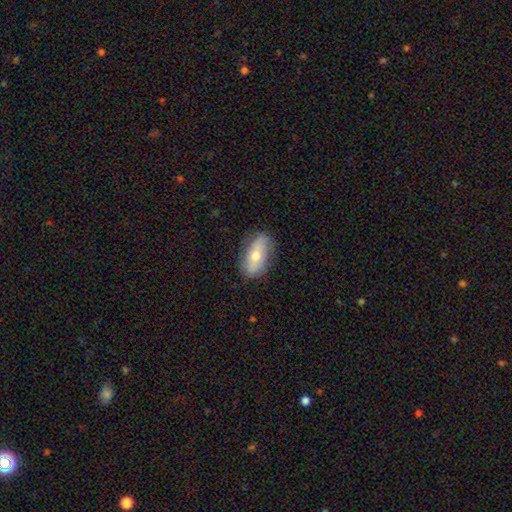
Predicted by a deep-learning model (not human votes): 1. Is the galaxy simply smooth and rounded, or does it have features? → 54% smooth, 39% featured or disk, 7% star or artifact.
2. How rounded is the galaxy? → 86% in between, 9% cigar-shaped, 5% round.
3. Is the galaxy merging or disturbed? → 81% none, 15% minor disturbance, 3% major disturbance, 1% merger.